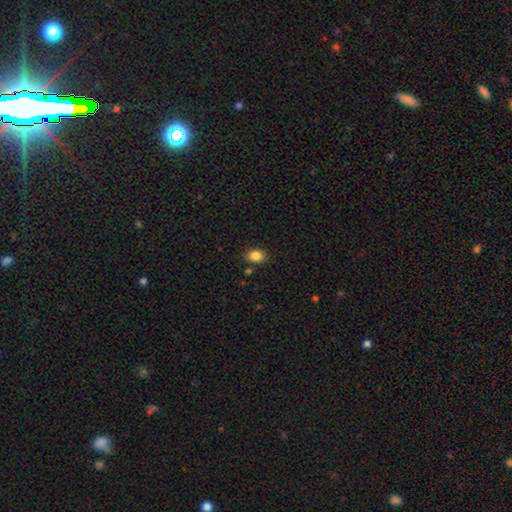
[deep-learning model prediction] Smooth or featured: smooth — 86% (star or artifact — 10%)
How rounded: in between — 68% (round — 30%)
Merging: none — 84% (minor disturbance — 11%)